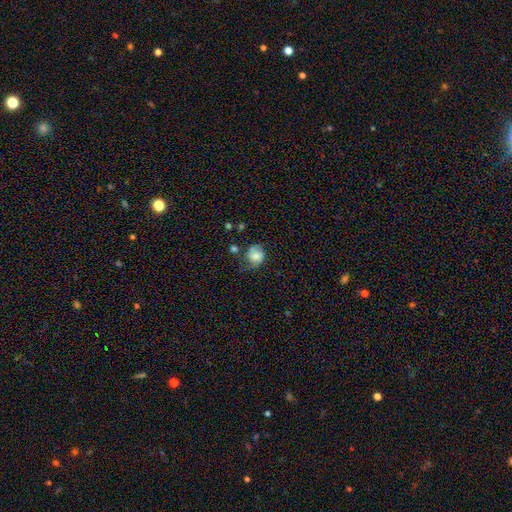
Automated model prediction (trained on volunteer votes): Morphology: type=smooth (57%); roundness=round (64%); merging=none (46%).